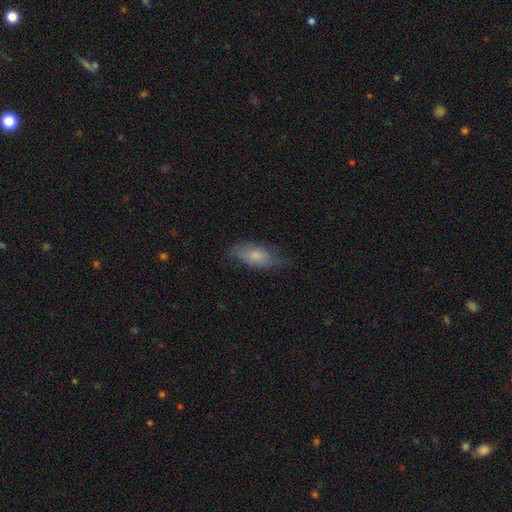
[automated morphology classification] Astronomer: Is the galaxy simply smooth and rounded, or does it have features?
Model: smooth — 70%.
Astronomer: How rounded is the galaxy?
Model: in between — 83%.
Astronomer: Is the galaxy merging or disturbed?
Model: none — 64%.